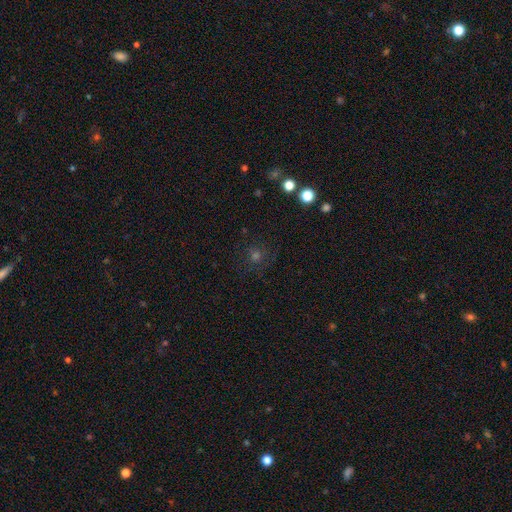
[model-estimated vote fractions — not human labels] smooth 50%, star or artifact 38%, featured or disk 12%. Down the decision tree: how rounded — round (92%); merging — none (82%).